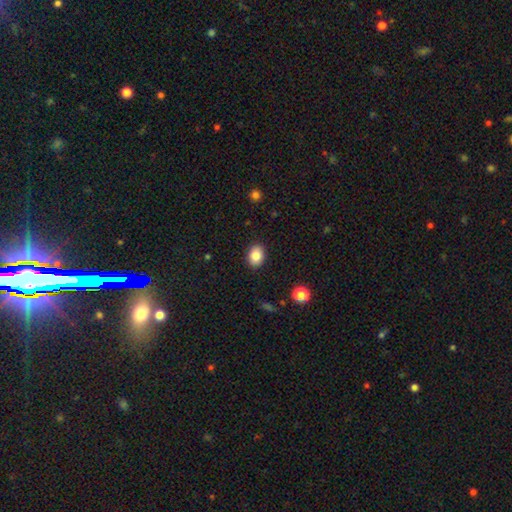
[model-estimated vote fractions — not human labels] Smooth or featured?
  - smooth: 86% *
  - star or artifact: 9%
  - featured or disk: 6%
How rounded?
  - in between: 68% *
  - round: 31%
  - cigar-shaped: 1%
Merging?
  - none: 89% *
  - minor disturbance: 8%
  - major disturbance: 2%
  - merger: 1%